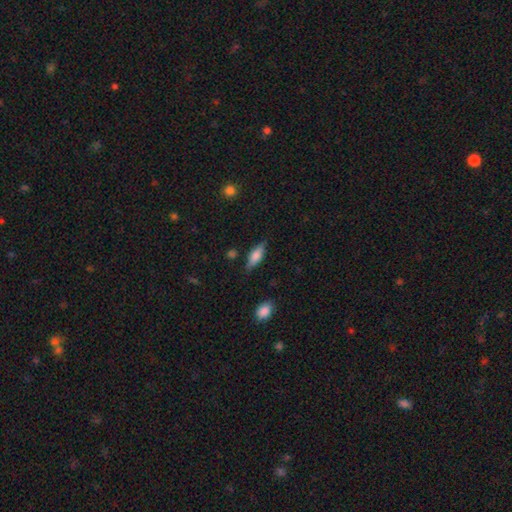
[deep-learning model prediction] Overall: smooth (63%; featured or disk 30%). How rounded: in between (62%; cigar-shaped 35%). Merging: none (79%).